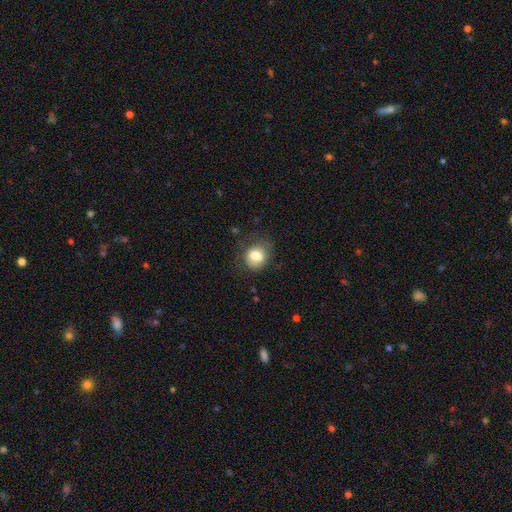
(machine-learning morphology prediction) Smooth or featured: smooth — 74% (featured or disk — 16%)
How rounded: round — 55% (in between — 44%)
Merging: none — 56% (minor disturbance — 26%)